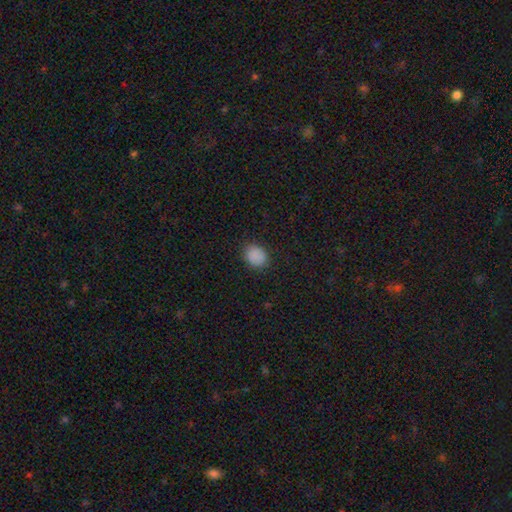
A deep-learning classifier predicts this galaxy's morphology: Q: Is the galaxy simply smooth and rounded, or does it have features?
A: smooth — 87%.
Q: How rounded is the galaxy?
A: round — 57%.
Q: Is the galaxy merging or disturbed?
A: none — 86%.